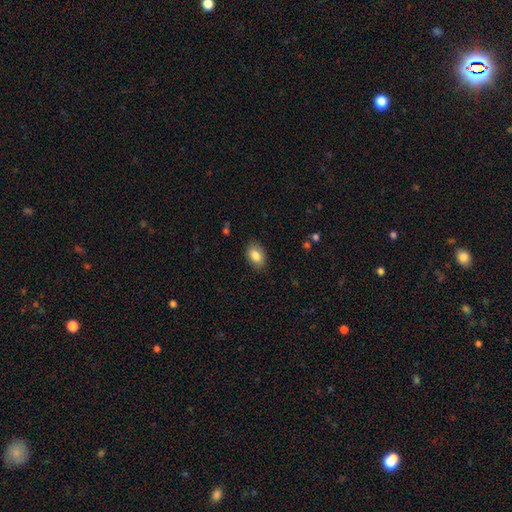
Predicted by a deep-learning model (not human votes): Smooth or featured? Predicted: smooth (p=0.84). How rounded? Predicted: in between (p=0.88). Merging? Predicted: none (p=0.85).